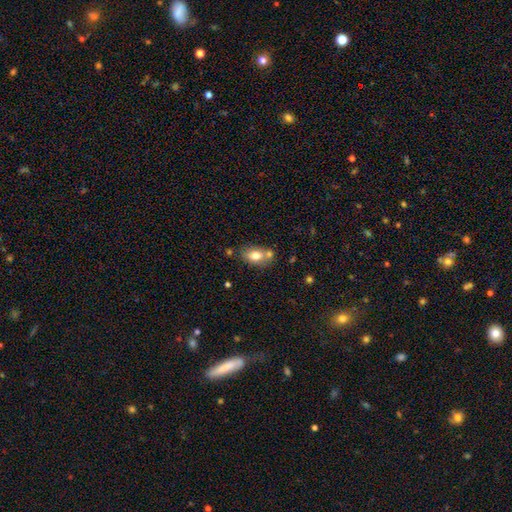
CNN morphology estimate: A smooth galaxy with no disk features (75%) that is in between round and cigar-shaped (84%). Merging: none (56%).